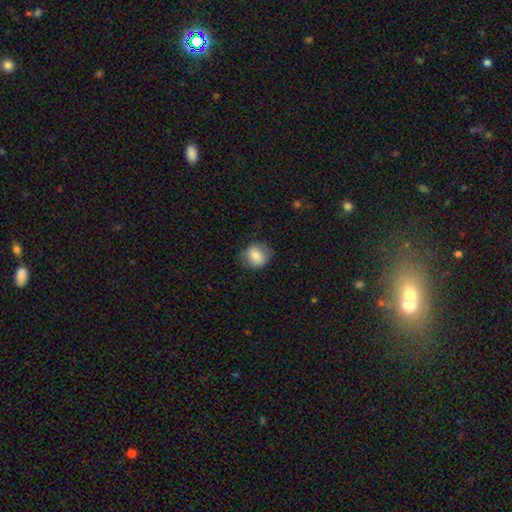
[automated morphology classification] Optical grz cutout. It shows a smooth galaxy with no disk features (76%) that is round (70%). Merging: none (77%).